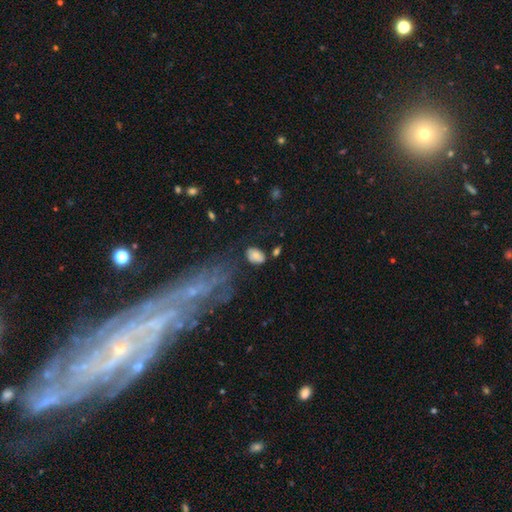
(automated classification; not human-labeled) Smooth or featured? Predicted: smooth (p=0.77). How rounded? Predicted: in between (p=0.81). Merging? Predicted: none (p=0.66).